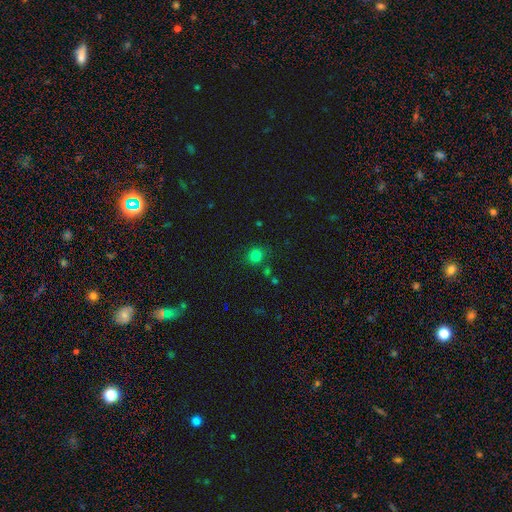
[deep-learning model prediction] This is likely a smooth galaxy (79%). How rounded: clearly round (87%). Merging: clearly none (82%).